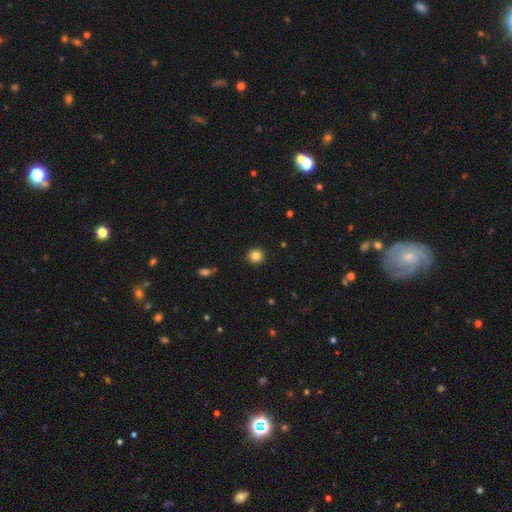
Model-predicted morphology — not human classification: This appears to be a smooth galaxy with no disk features (84%) that is round (93%). Merging: none (92%).